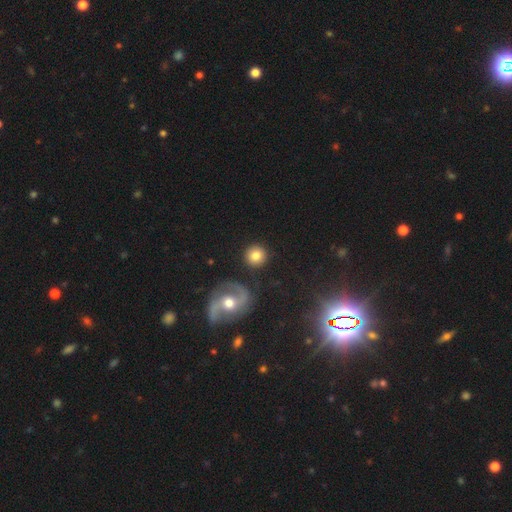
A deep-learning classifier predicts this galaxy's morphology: The model was most divided on "smooth or featured": smooth: 75%, featured or disk: 16%, star or artifact: 9%. More confident: how rounded — round (94%); merging — none (86%).